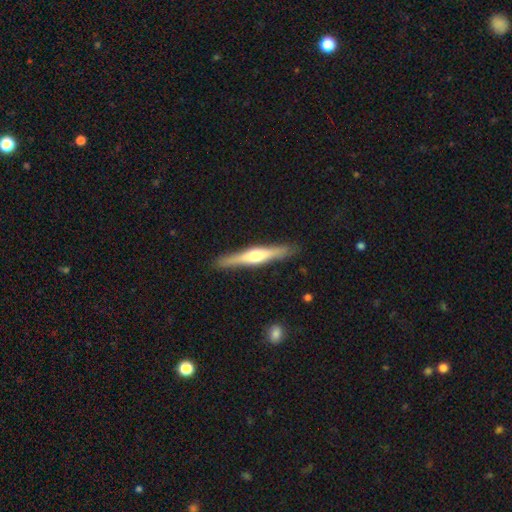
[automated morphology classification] This is likely a featured or disk galaxy (67%). It is clearly viewed edge-on (97%). Edge-on bulge: clearly rounded (91%). Merging: clearly none (90%).